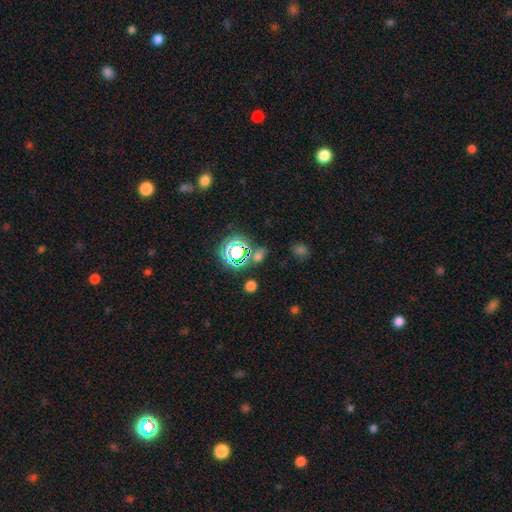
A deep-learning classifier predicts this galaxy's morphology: This is likely a star or artifact rather than a galaxy (67%).